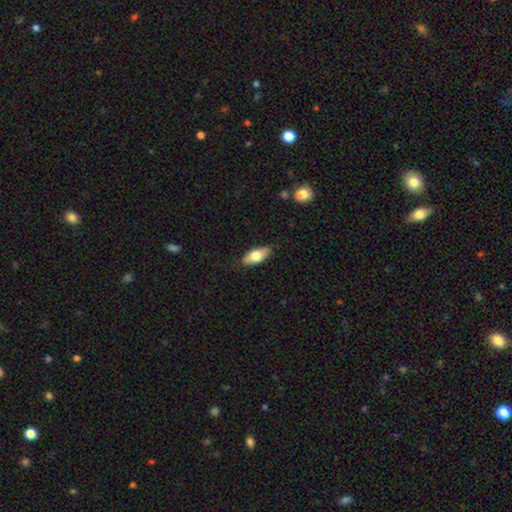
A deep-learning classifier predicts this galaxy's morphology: smooth-or-featured: smooth: 69% | featured or disk: 24% | star or artifact: 6%
  how-rounded: in between: 83% | cigar-shaped: 14% | round: 3%
  merging: none: 84% | minor disturbance: 13% | major disturbance: 2% | merger: 1%